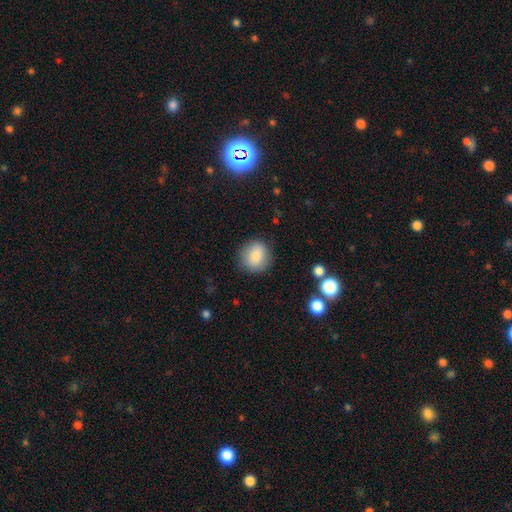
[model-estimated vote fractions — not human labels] Smooth or featured? Predicted: smooth (p=0.83). How rounded? Predicted: round (p=0.83). Merging? Predicted: none (p=0.85).